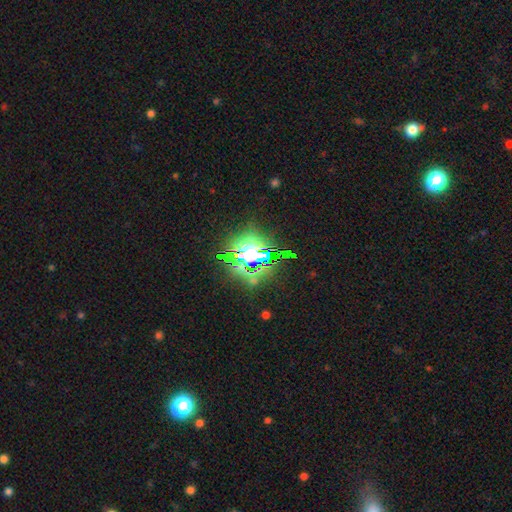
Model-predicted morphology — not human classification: smooth_or_featured: star or artifact (p=0.75) [alt: smooth p=0.14]